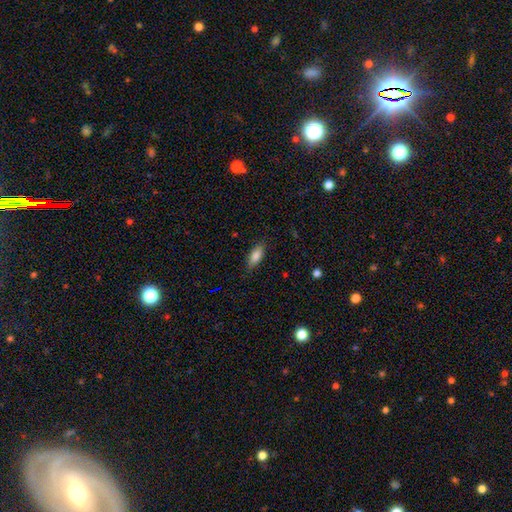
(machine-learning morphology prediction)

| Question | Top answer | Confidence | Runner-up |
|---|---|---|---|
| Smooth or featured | smooth | 83% | featured or disk (10%) |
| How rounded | in between | 76% | cigar-shaped (21%) |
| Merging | none | 84% | minor disturbance (13%) |